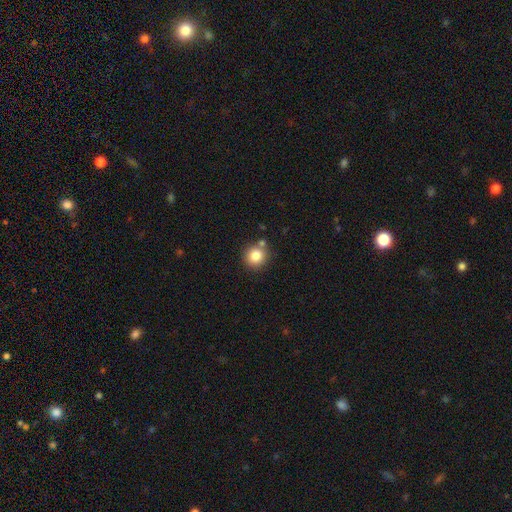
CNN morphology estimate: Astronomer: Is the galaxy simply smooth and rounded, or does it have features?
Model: smooth — 83%.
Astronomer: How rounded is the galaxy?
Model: round — 90%.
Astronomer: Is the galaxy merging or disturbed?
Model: none — 75%.